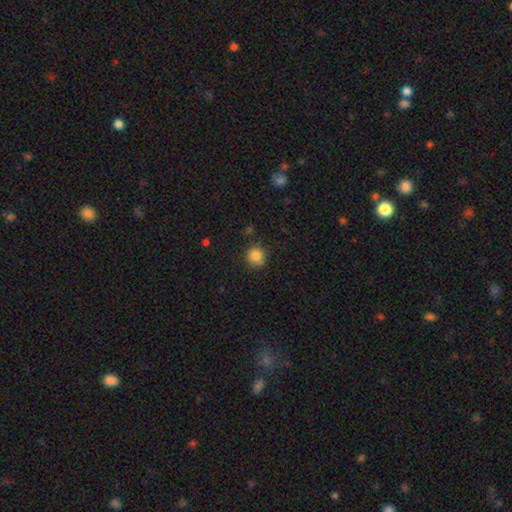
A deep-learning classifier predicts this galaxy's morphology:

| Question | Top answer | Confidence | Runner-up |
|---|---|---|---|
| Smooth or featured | smooth | 85% | star or artifact (10%) |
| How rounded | round | 89% | in between (10%) |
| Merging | none | 84% | minor disturbance (12%) |